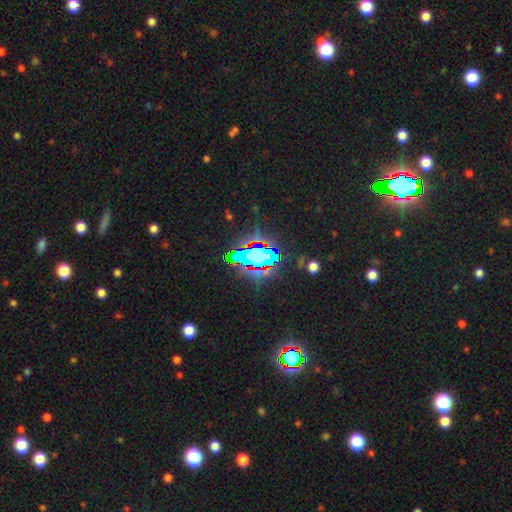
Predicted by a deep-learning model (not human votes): Smooth or featured?
  - star or artifact: 63% *
  - smooth: 22%
  - featured or disk: 15%